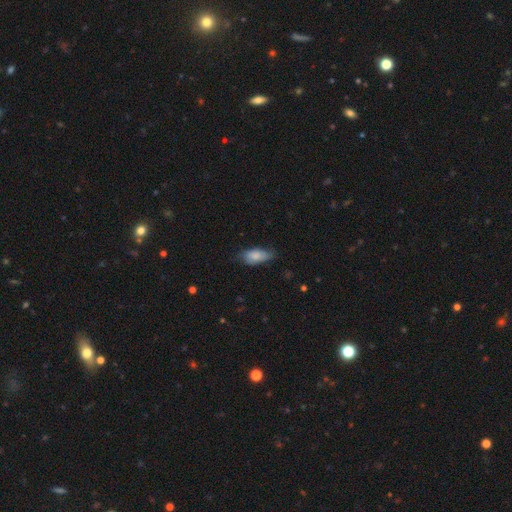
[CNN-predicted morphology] Smooth or featured?
  - smooth: 79% *
  - featured or disk: 14%
  - star or artifact: 6%
How rounded?
  - in between: 86% *
  - cigar-shaped: 11%
  - round: 3%
Merging?
  - none: 62% *
  - minor disturbance: 30%
  - major disturbance: 6%
  - merger: 1%